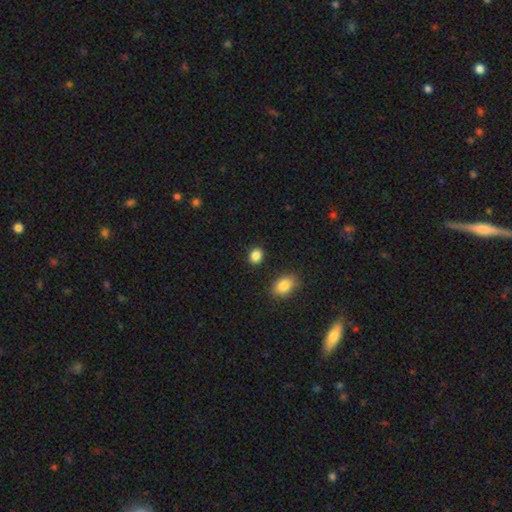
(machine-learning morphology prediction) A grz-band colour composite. It shows a smooth galaxy with no disk features (87%) that is round (58%). Merging: none (88%).